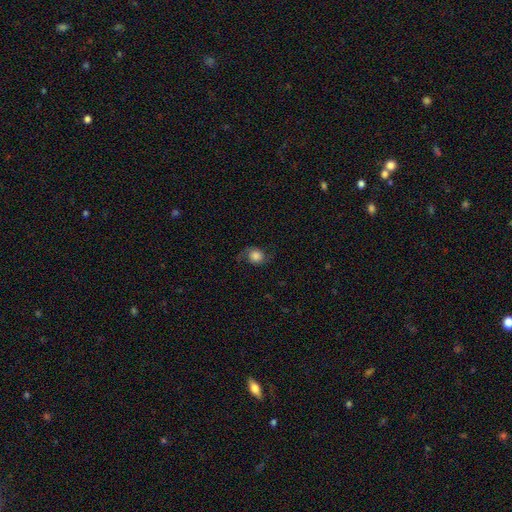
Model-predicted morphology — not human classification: Overall: smooth (49%; featured or disk 40%). Merging: none (69%).